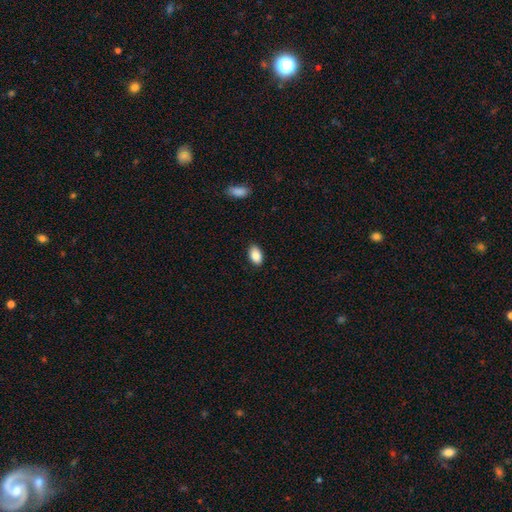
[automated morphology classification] smooth_or_featured: smooth (p=0.88) [alt: star or artifact p=0.07]
how_rounded: in between (p=0.93) [alt: round p=0.05]
merging: none (p=0.88) [alt: minor disturbance p=0.09]